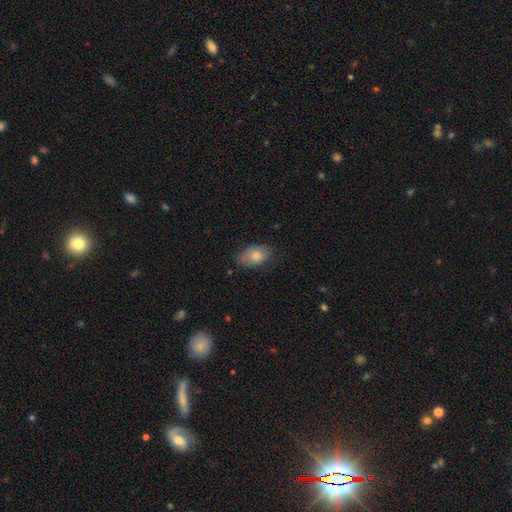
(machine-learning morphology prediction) Smooth or featured? Predicted: smooth (p=0.79). How rounded? Predicted: in between (p=0.89). Merging? Predicted: none (p=0.66).